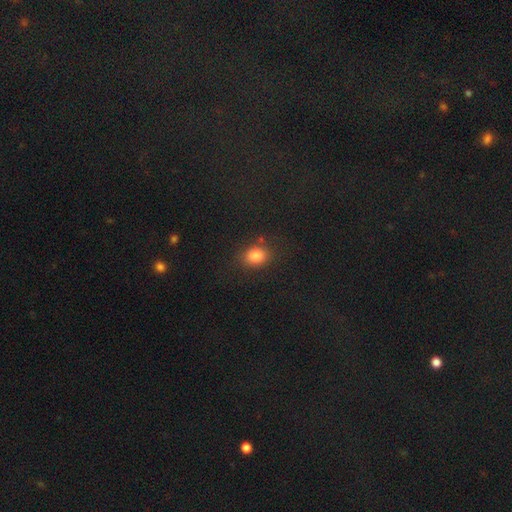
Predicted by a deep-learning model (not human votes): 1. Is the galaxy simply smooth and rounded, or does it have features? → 82% smooth, 12% star or artifact, 6% featured or disk.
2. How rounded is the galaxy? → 58% in between, 40% round, 1% cigar-shaped.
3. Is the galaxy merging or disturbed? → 78% none, 13% minor disturbance, 5% major disturbance, 4% merger.